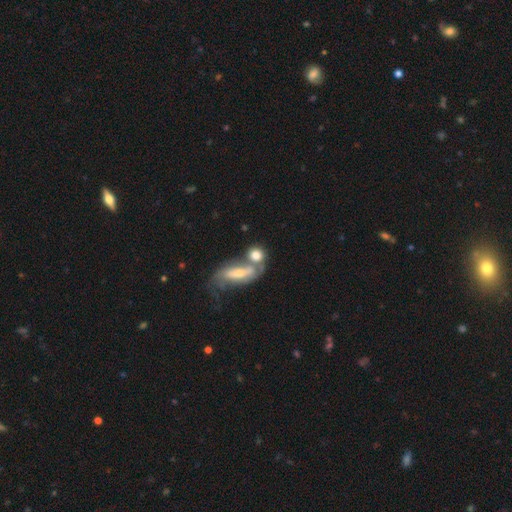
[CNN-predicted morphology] This is likely a smooth galaxy (66%). How rounded: possibly round (53%). Merging: possibly merger (55%).